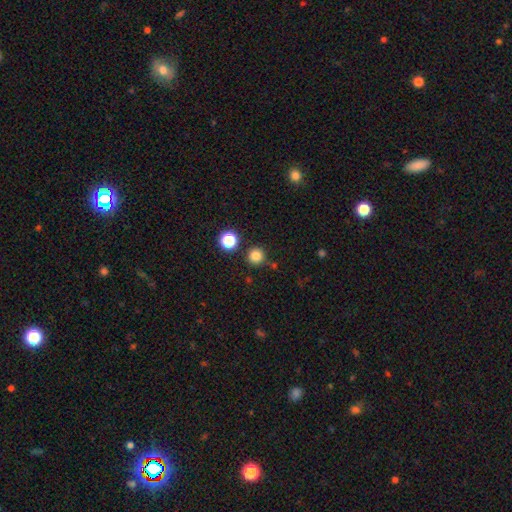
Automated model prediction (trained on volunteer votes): This is clearly a smooth galaxy (81%). How rounded: clearly round (95%). Merging: clearly none (86%).